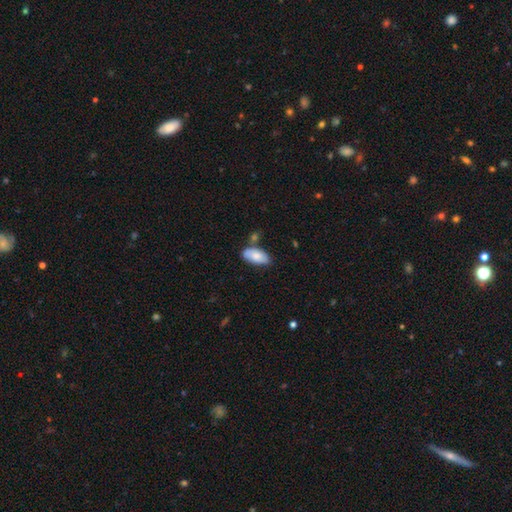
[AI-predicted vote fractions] A smooth galaxy with no disk features (79%) that is in between round and cigar-shaped (93%).

Vote fractions:
- Smooth or featured? smooth: 79% / featured or disk: 15% / star or artifact: 6%
- How rounded? in between: 93% / cigar-shaped: 5% / round: 2%
- Merging? none: 60% / minor disturbance: 21% / merger: 14% / major disturbance: 5%